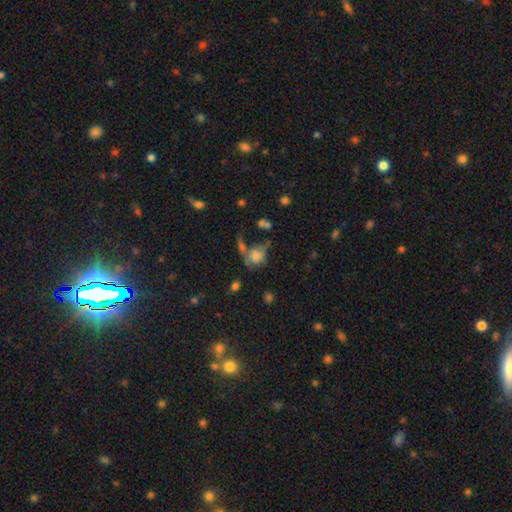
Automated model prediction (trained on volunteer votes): This appears to be a smooth galaxy with no disk features (69%) that is round (54%). Merging: none (30%).